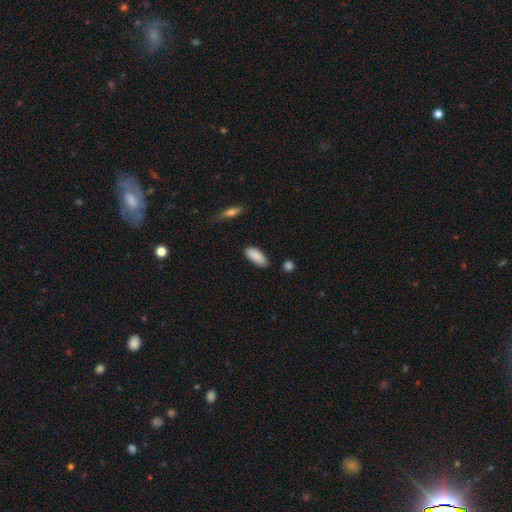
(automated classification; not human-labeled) A smooth galaxy with no disk features (88%) that is in between round and cigar-shaped (80%). Merging: none (78%).